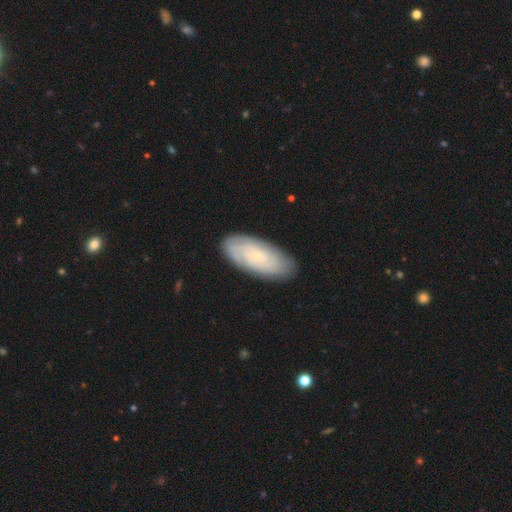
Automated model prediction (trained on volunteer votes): Morphology: type=featured or disk (51%); edge-on=no (89%); merging=none (85%).